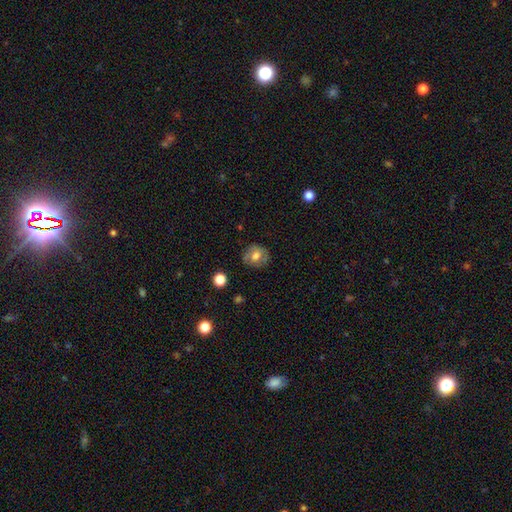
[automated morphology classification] Q: Smooth or featured?
A: smooth (57%); runner-up: featured or disk (34%)
Q: How rounded?
A: round (79%); runner-up: in between (20%)
Q: Merging?
A: none (77%); runner-up: minor disturbance (17%)